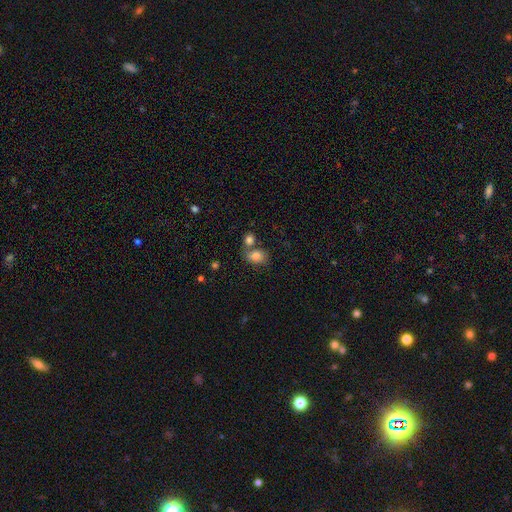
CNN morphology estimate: Smooth or featured? Predicted: smooth (p=0.82). How rounded? Predicted: in between (p=0.69). Merging? Predicted: none (p=0.46).